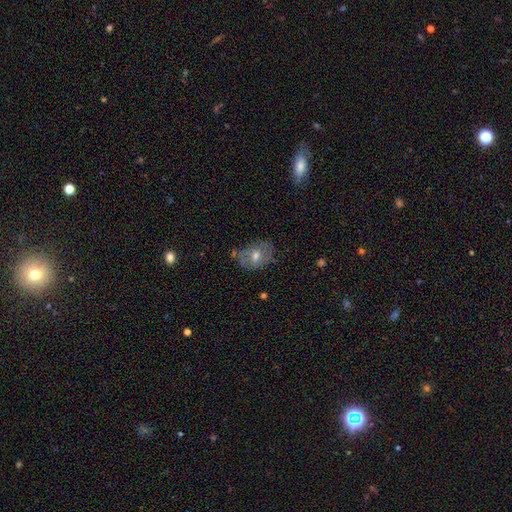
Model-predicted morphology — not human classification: The model was most divided on "spiral arms": yes: 51%, no: 49%. More confident: edge-on disk — no (94%); bulge size — moderate (68%); merging — none (64%); bar — no (58%); smooth or featured — featured or disk (54%).